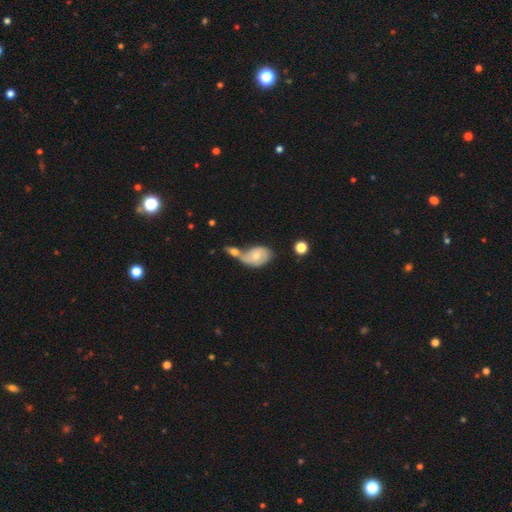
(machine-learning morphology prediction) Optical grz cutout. It shows a smooth galaxy with no disk features (48%). Merging: merger (59%).